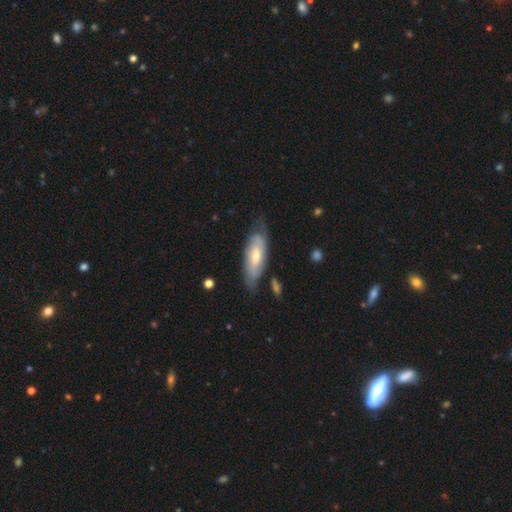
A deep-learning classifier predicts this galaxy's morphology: smooth-or-featured: featured or disk: 50% | smooth: 44% | star or artifact: 6%
  disk-edge-on: no: 75% | yes: 25%
  merging: none: 66% | minor disturbance: 24% | major disturbance: 7% | merger: 2%